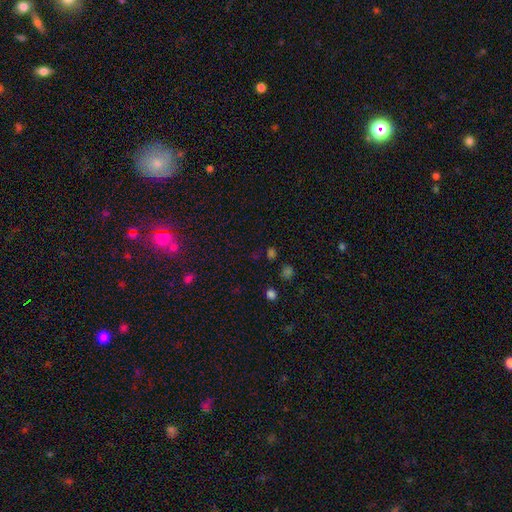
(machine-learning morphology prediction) This appears to be a smooth galaxy with no disk features (47%). Merging: none (74%).